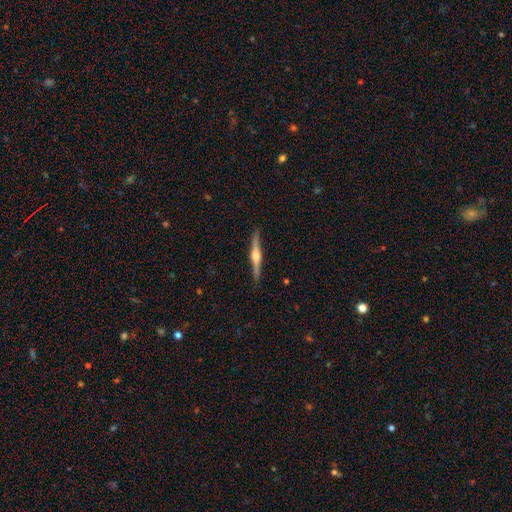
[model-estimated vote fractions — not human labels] This appears to be a featured or disk galaxy (79%) viewed edge-on (98%) with a rounded central bulge (91%). Merging: none (90%).